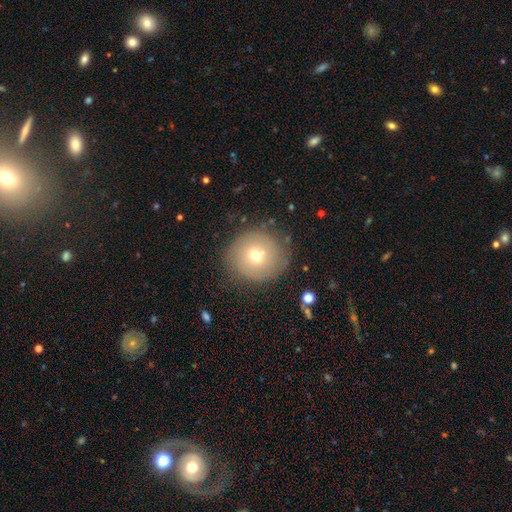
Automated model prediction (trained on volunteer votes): A smooth galaxy with no disk features (65%) that is round (92%). Merging: none (80%).